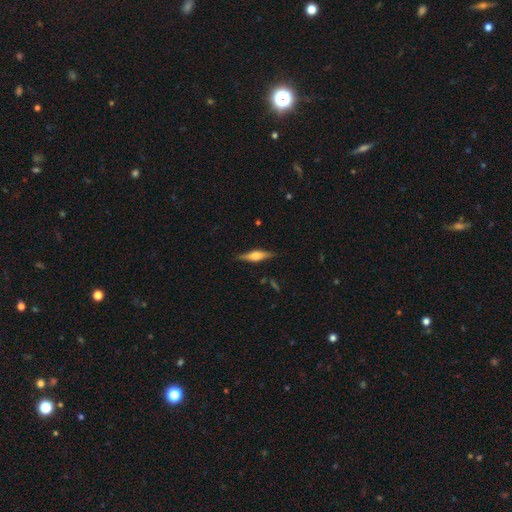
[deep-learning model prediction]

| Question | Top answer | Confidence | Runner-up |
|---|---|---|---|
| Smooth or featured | featured or disk | 60% | smooth (34%) |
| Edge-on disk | yes | 96% | no (4%) |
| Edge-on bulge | rounded | 84% | boxy (13%) |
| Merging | none | 88% | minor disturbance (9%) |